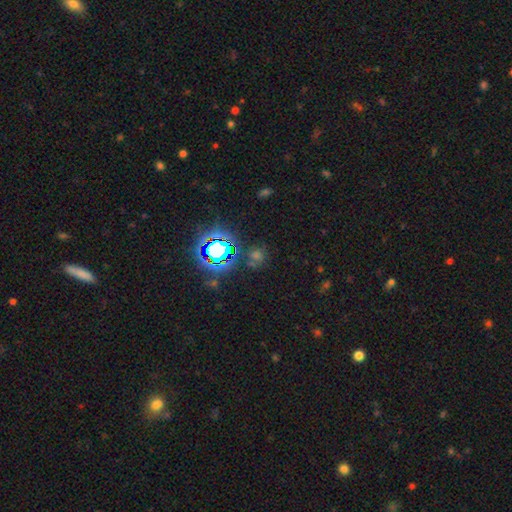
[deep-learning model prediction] Overall: star or artifact (64%; smooth 27%).